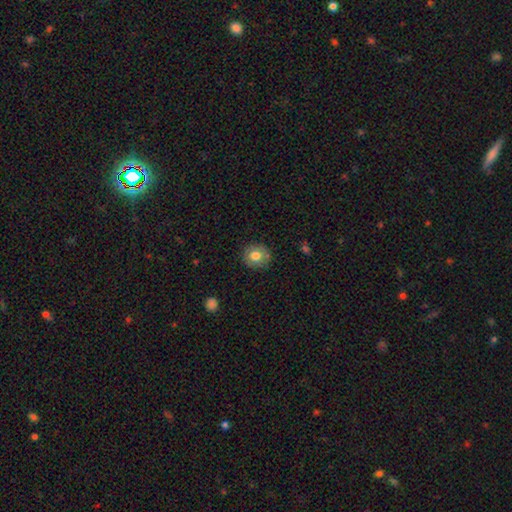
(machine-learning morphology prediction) Overall: smooth (77%). How rounded: round (88%). Merging: none (87%).